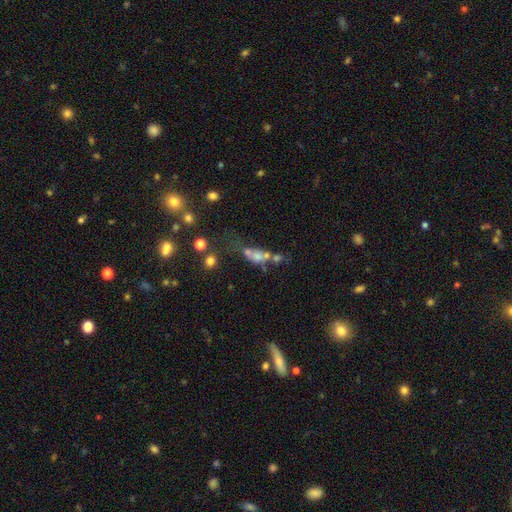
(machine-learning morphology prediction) This is possibly a smooth galaxy (53%). How rounded: possibly in between (59%). Merging: possibly merger (48%).